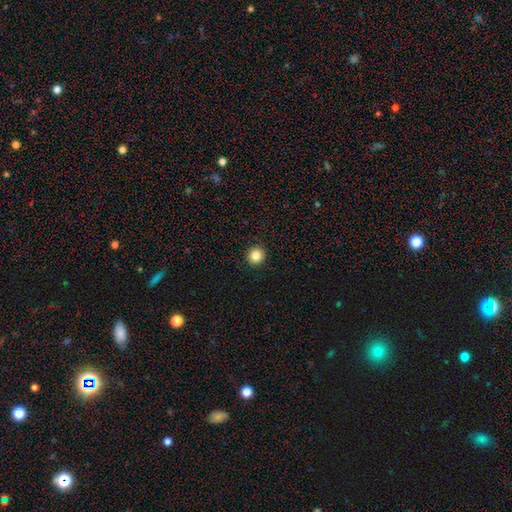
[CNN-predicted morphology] Q: Smooth or featured?
A: smooth (84%); runner-up: star or artifact (11%)
Q: How rounded?
A: round (94%); runner-up: in between (5%)
Q: Merging?
A: none (94%); runner-up: minor disturbance (4%)